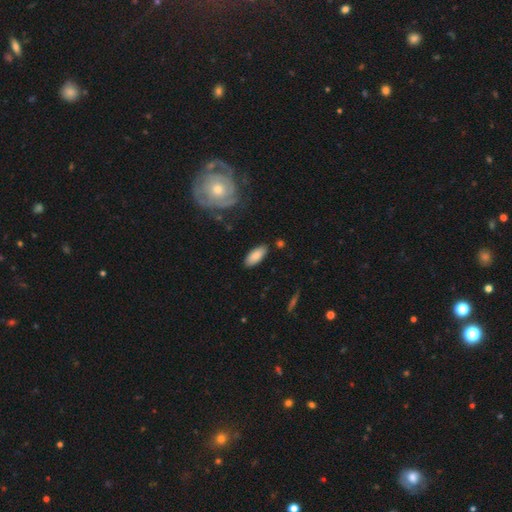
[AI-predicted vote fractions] smooth_or_featured: smooth (p=0.85) [alt: featured or disk p=0.09]
how_rounded: in between (p=0.84) [alt: cigar-shaped p=0.15]
merging: none (p=0.85) [alt: minor disturbance p=0.11]